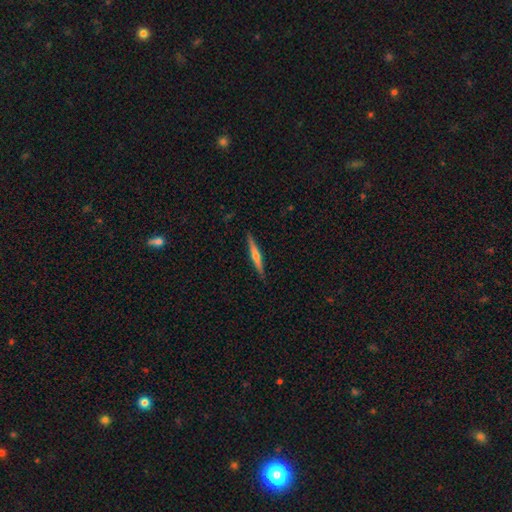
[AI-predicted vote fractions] Smooth or featured? Predicted: featured or disk (p=0.60). Edge-on disk? Predicted: yes (p=0.97). Edge-on bulge? Predicted: rounded (p=0.80). Merging? Predicted: none (p=0.90).